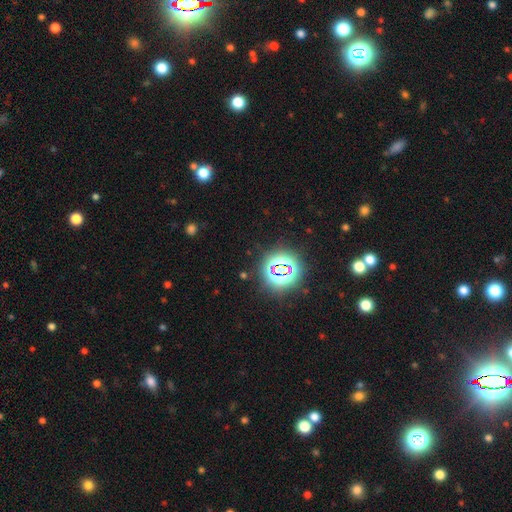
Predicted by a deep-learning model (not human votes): The model was most divided on "smooth or featured": star or artifact: 76%, smooth: 17%, featured or disk: 7%.